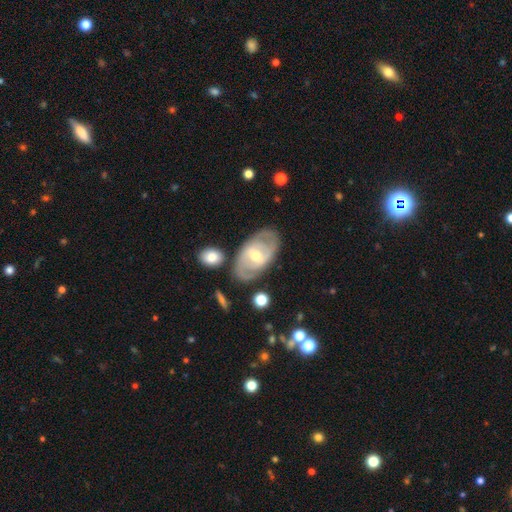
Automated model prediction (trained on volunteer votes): smooth-or-featured: featured or disk: 78% | smooth: 17% | star or artifact: 5%
  disk-edge-on: no: 94% | yes: 6%
    bar: weak: 51% | strong: 28% | no: 21%
    has-spiral-arms: yes: 85% | no: 15%
      spiral-winding: tight: 46% | medium: 41% | loose: 13%
      spiral-arm-count: 2: 65% | can't tell: 22% | 3: 7% | 1: 3% | 4: 2% | more than 4: 2%
    bulge-size: moderate: 61% | small: 34% | large: 4% | none: 1% | dominant: 1%
  merging: none: 76% | minor disturbance: 15% | major disturbance: 5% | merger: 4%